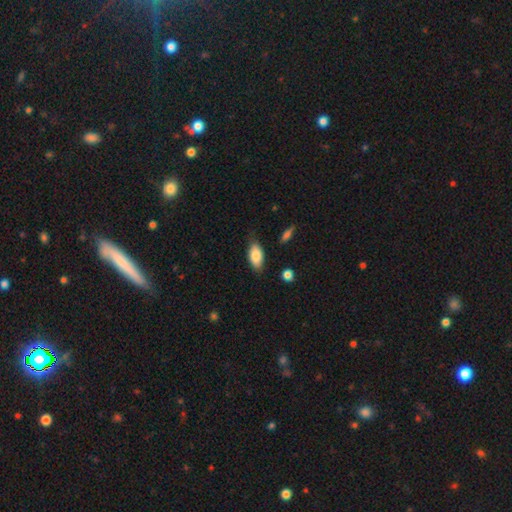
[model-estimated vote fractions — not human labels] A smooth galaxy with no disk features (84%) that is in between round and cigar-shaped (92%). Merging: none (74%).